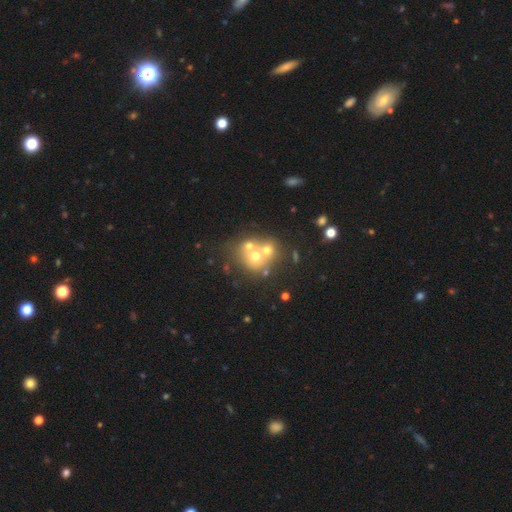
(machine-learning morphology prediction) Smooth or featured: smooth — 54% (featured or disk — 31%)
How rounded: round — 78% (in between — 21%)
Merging: merger — 52% (none — 35%)